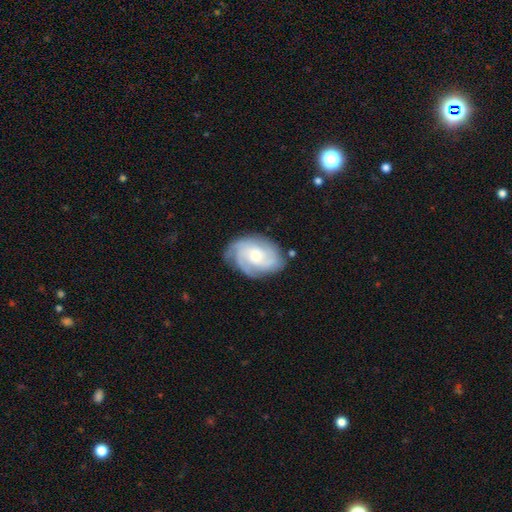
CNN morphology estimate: Overall: featured or disk (82%). Edge-on disk: no (97%). Bar: no (66%; weak 29%). Spiral arms: yes (96%). Spiral arm count: 3 (36%; can't tell 21%). Spiral winding: tight (57%; medium 34%). Bulge size: moderate (48%; small 47%). Merging: none (72%).